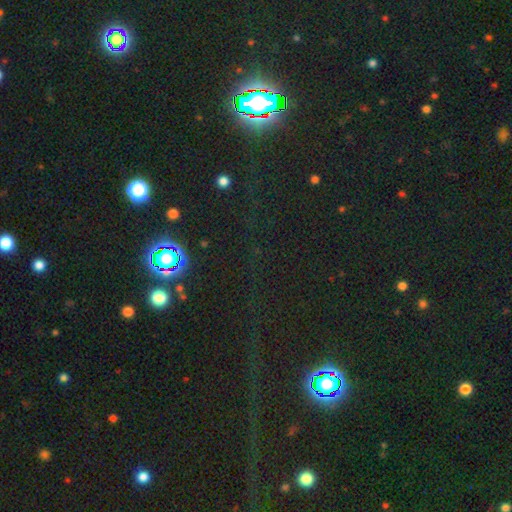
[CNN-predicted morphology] Smooth or featured: star or artifact — 82% (smooth — 11%)